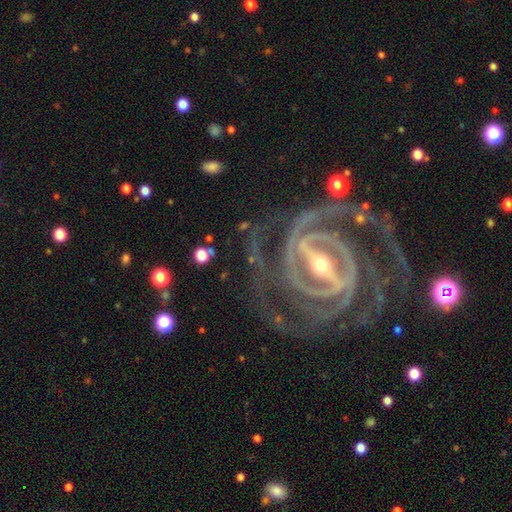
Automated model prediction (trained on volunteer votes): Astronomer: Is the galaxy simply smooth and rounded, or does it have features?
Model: featured or disk — 94%.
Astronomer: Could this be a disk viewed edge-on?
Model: no — 97%.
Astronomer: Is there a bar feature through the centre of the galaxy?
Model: strong — 79%.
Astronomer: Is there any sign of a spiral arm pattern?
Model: yes — 99%.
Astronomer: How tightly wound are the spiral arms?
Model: tight — 76%.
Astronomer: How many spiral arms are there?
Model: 2 — 34% (runner-up: 3, 24%).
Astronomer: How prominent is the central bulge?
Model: small — 54% (runner-up: moderate, 42%).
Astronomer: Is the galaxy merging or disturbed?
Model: none — 72%.